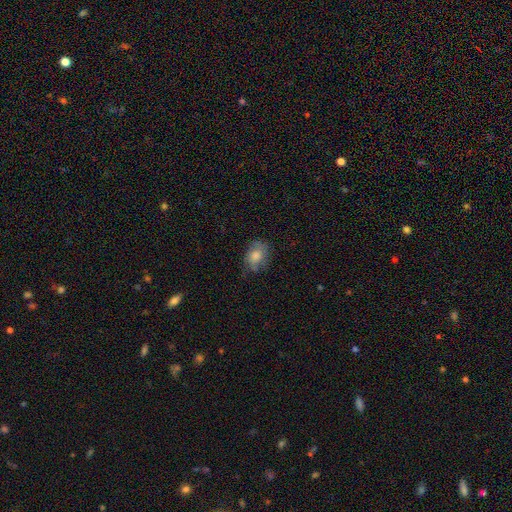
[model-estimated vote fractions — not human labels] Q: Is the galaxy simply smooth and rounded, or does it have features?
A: smooth — 59%.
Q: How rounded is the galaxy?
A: in between — 56%.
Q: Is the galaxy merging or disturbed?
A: none — 67%.